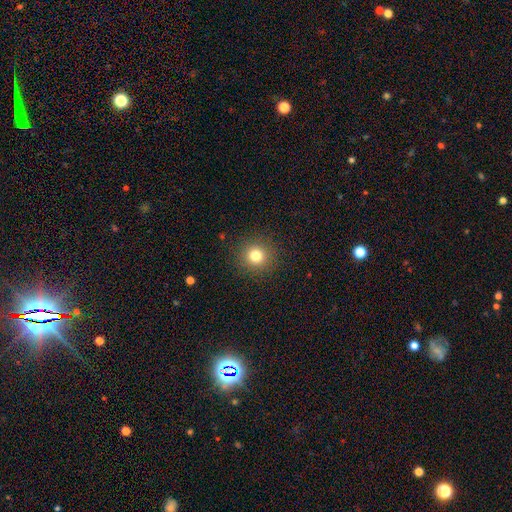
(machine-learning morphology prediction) smooth-or-featured: smooth: 79% | star or artifact: 14% | featured or disk: 7%
  how-rounded: round: 93% | in between: 6% | cigar-shaped: 1%
  merging: none: 90% | minor disturbance: 6% | major disturbance: 3% | merger: 1%